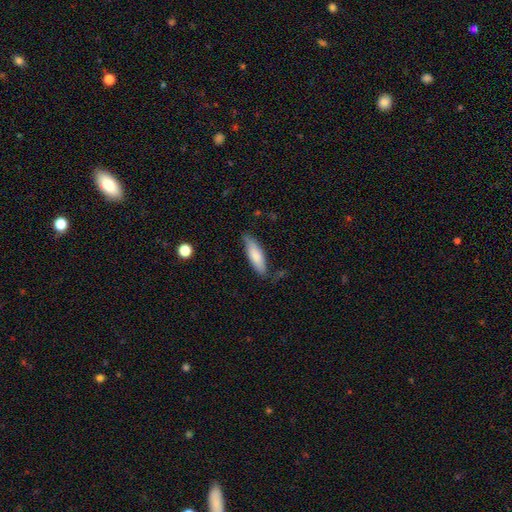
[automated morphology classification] Smooth or featured?
  - smooth: 80% *
  - featured or disk: 14%
  - star or artifact: 6%
How rounded?
  - cigar-shaped: 55% *
  - in between: 44%
  - round: 2%
Merging?
  - none: 74% *
  - minor disturbance: 20%
  - major disturbance: 4%
  - merger: 2%